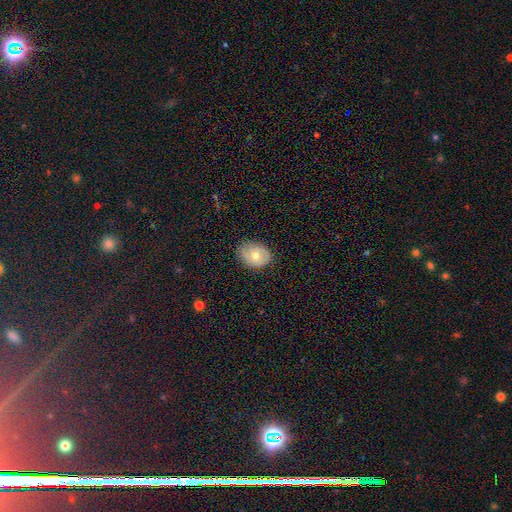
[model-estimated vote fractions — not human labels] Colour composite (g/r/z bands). It shows a smooth galaxy with no disk features (58%) that is in between round and cigar-shaped (63%). Merging: none (81%).